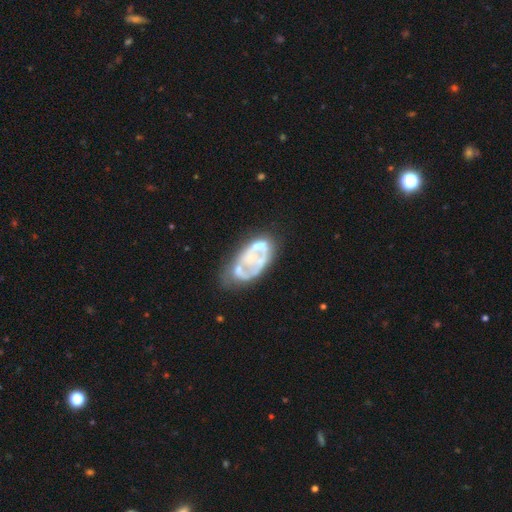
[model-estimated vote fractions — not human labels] A featured or disk galaxy (66%) with no bar (85%), no spiral arms (72%) and no central bulge (49%).

Vote fractions:
- Smooth or featured? featured or disk: 66% / smooth: 26% / star or artifact: 8%
- Edge-on disk? no: 96% / yes: 4%
- Bar? no: 85% / weak: 11% / strong: 4%
- Spiral arms? no: 72% / yes: 28%
- Bulge size? none: 49% / small: 24% / moderate: 20% / large: 5% / dominant: 2%
- Merging? none: 43% / minor disturbance: 25% / major disturbance: 22% / merger: 10%